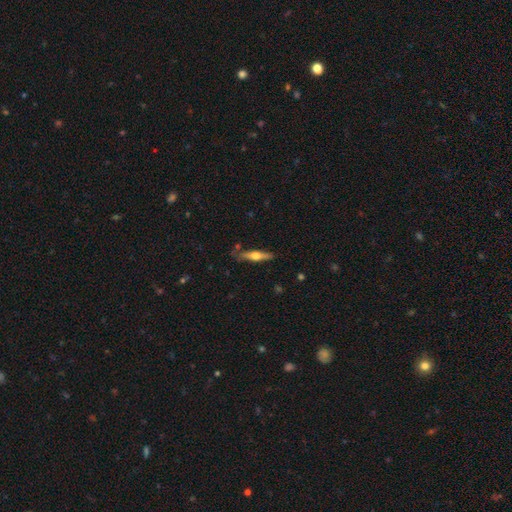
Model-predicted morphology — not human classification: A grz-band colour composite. It shows a featured or disk galaxy (54%) viewed edge-on (93%). Merging: none (78%).